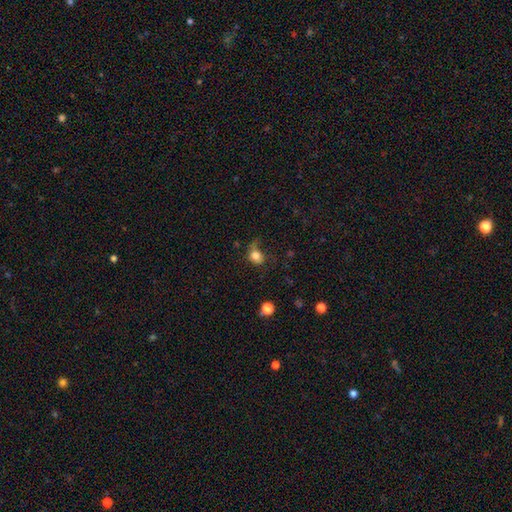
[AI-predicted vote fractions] The model was most divided on "merging": none: 43%, minor disturbance: 29%, major disturbance: 23%, merger: 4%. More confident: smooth or featured — smooth (79%); how rounded — round (56%).